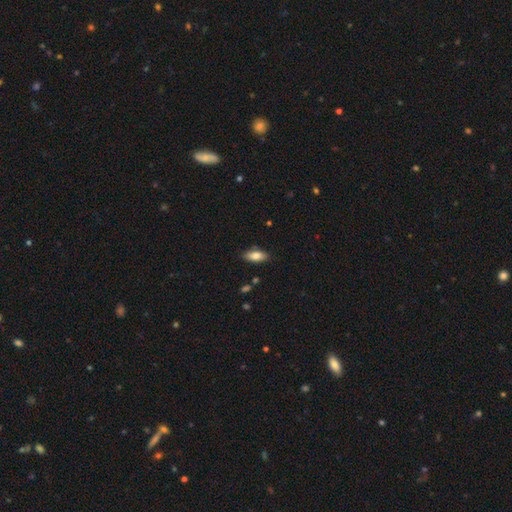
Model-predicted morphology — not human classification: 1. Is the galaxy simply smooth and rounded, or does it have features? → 80% smooth, 13% featured or disk, 7% star or artifact.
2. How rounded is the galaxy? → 85% in between, 13% cigar-shaped, 2% round.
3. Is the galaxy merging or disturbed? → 84% none, 12% minor disturbance, 2% major disturbance, 2% merger.